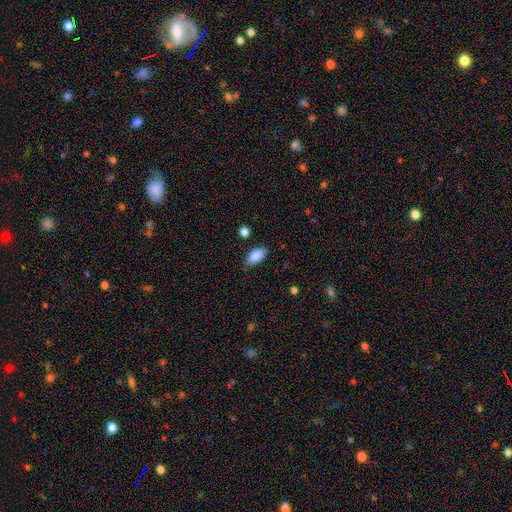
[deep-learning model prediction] A smooth galaxy with no disk features (87%) that is in between round and cigar-shaped (92%). Merging: none (77%).